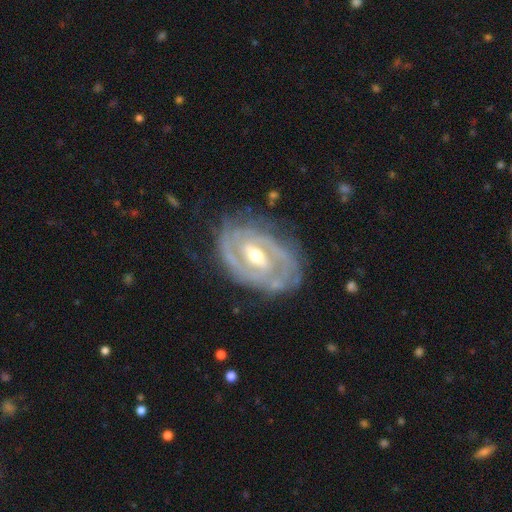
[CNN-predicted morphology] type=featured or disk (89%); edge-on=no (96%); bar=weak (45%); spiral arms=yes (93%); winding=tight (67%); arm count=2 (52%); bulge=moderate (63%); merging=none (73%).